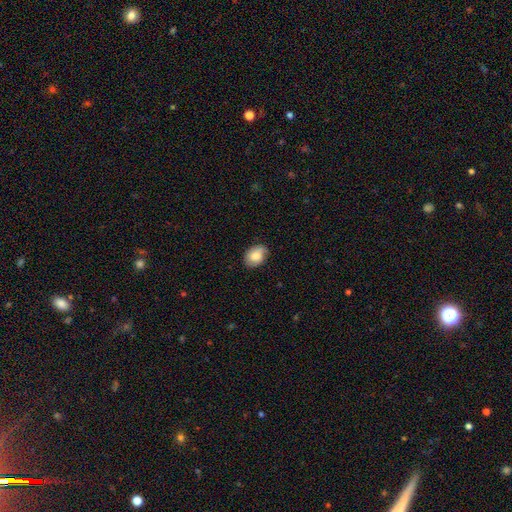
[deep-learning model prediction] A smooth galaxy with no disk features (71%) that is in between round and cigar-shaped (75%).

Vote fractions:
- Smooth or featured? smooth: 71% / featured or disk: 22% / star or artifact: 8%
- How rounded? in between: 75% / round: 24% / cigar-shaped: 1%
- Merging? none: 76% / minor disturbance: 19% / major disturbance: 4% / merger: 1%